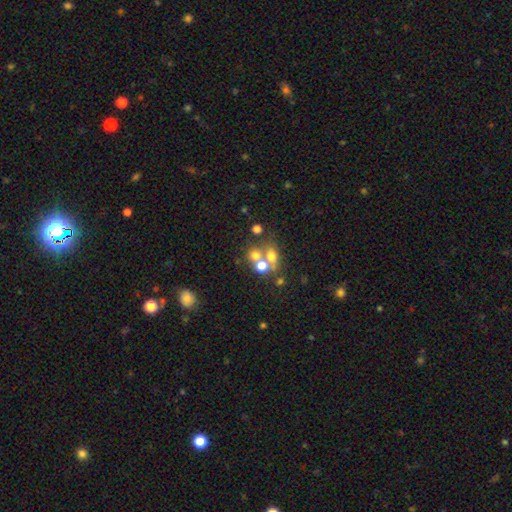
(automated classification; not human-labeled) smooth-or-featured: smooth: 62% | featured or disk: 20% | star or artifact: 18%
  how-rounded: round: 71% | in between: 28% | cigar-shaped: 1%
  merging: merger: 48% | none: 38% | minor disturbance: 8% | major disturbance: 6%